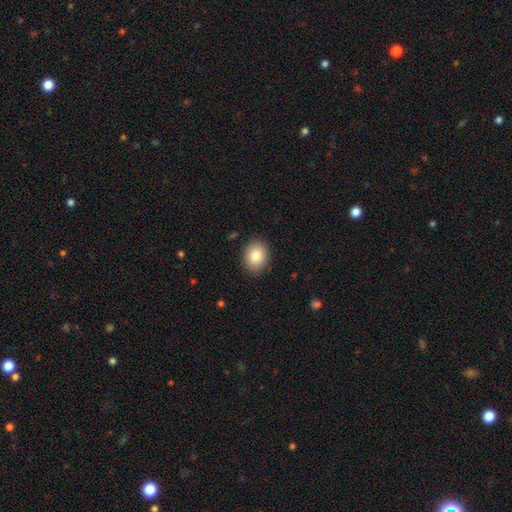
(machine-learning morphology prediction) A smooth galaxy with no disk features (84%) that is in between round and cigar-shaped (53%). Merging: none (88%).